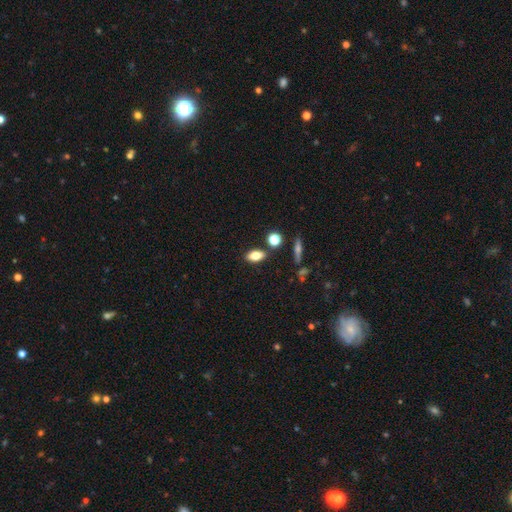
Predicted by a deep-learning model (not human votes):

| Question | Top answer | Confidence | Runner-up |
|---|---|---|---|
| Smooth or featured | smooth | 77% | featured or disk (14%) |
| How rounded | in between | 83% | cigar-shaped (9%) |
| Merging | none | 80% | minor disturbance (10%) |